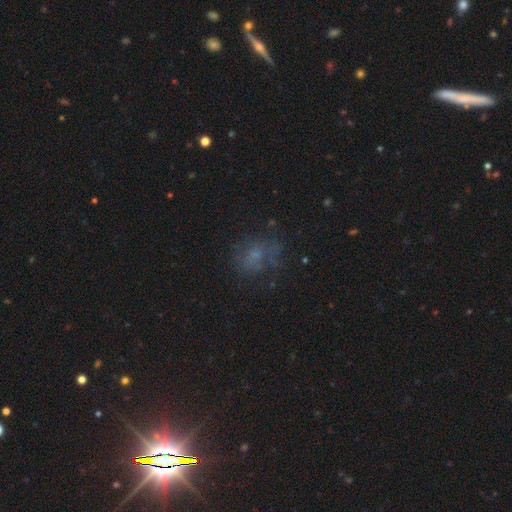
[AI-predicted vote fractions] Smooth or featured: smooth — 47% (featured or disk — 28%)
Merging: none — 55% (minor disturbance — 21%)